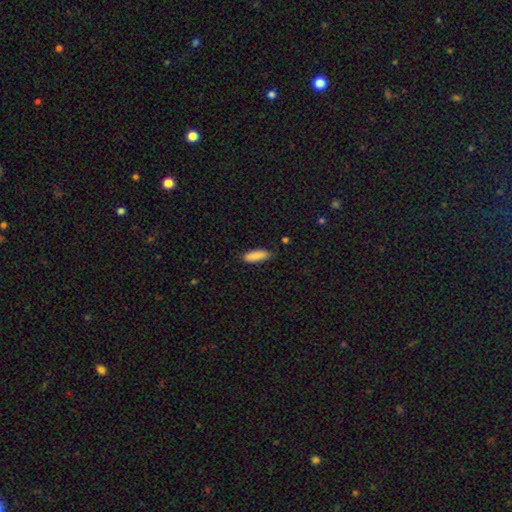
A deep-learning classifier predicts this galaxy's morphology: smooth-or-featured: smooth: 89% | star or artifact: 6% | featured or disk: 5%
  how-rounded: in between: 61% | cigar-shaped: 37% | round: 2%
  merging: none: 81% | minor disturbance: 15% | major disturbance: 2% | merger: 1%